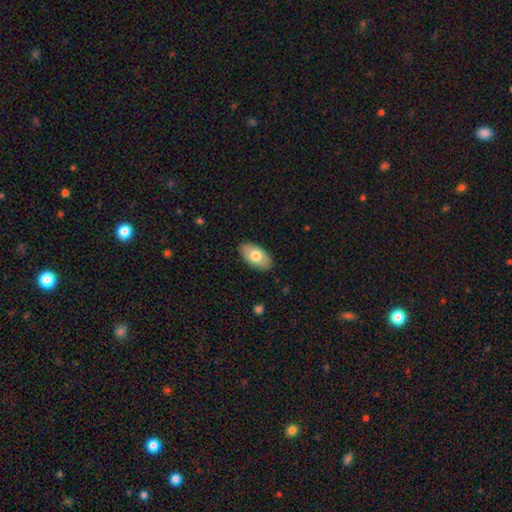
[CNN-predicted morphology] smooth-or-featured: smooth: 73% | featured or disk: 22% | star or artifact: 6%
  how-rounded: in between: 95% | round: 3% | cigar-shaped: 2%
  merging: none: 88% | minor disturbance: 10% | major disturbance: 2% | merger: 1%